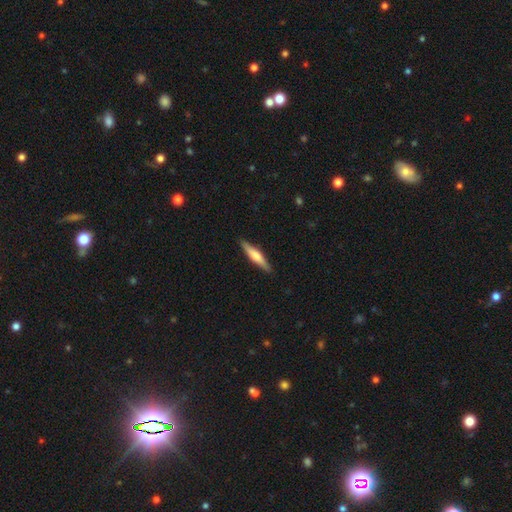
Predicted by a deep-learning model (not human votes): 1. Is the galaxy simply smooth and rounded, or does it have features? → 53% smooth, 42% featured or disk, 5% star or artifact.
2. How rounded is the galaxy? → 86% cigar-shaped, 13% in between, 2% round.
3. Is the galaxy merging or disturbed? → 89% none, 8% minor disturbance, 2% major disturbance, 1% merger.